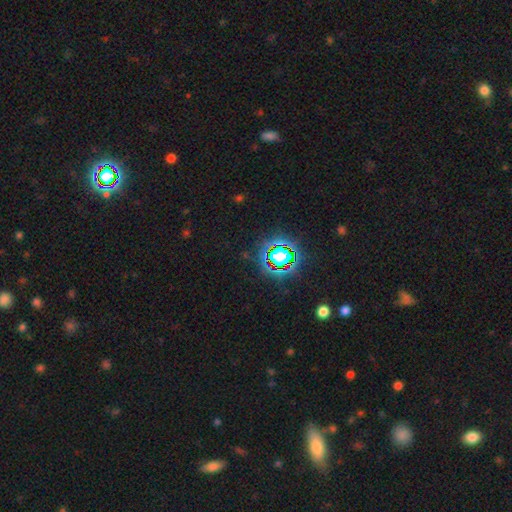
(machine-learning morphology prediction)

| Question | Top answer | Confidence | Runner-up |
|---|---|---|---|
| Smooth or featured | star or artifact | 78% | smooth (13%) |